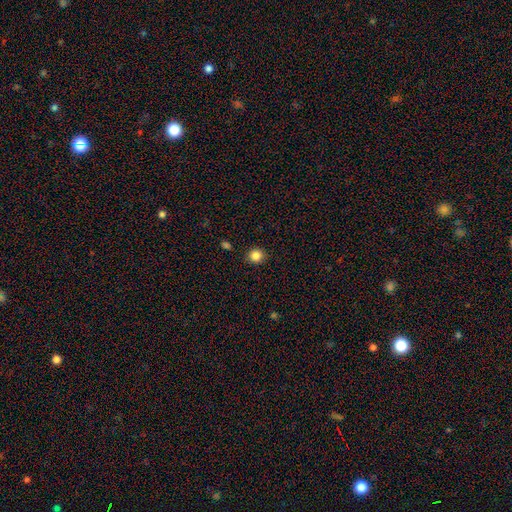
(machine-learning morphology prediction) Smooth or featured?
  - smooth: 85% *
  - star or artifact: 11%
  - featured or disk: 4%
How rounded?
  - round: 87% *
  - in between: 12%
  - cigar-shaped: 1%
Merging?
  - none: 91% *
  - minor disturbance: 6%
  - major disturbance: 2%
  - merger: 1%